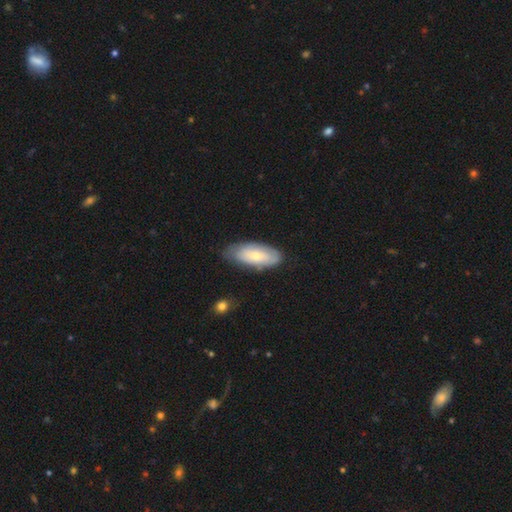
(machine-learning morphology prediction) Smooth or featured? smooth (61%)
How rounded? in between (86%)
Merging? none (70%)